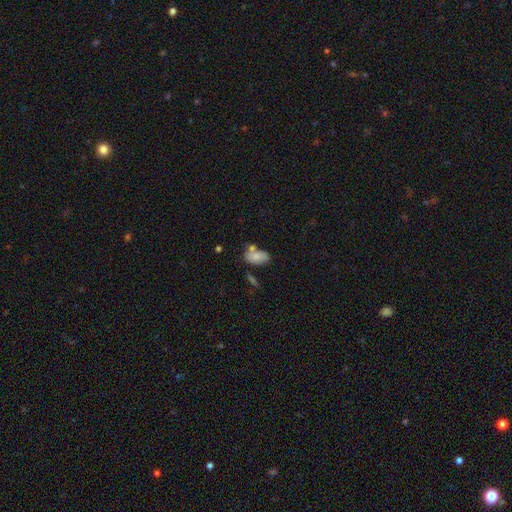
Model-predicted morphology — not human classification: A smooth galaxy with no disk features (77%) that is in between round and cigar-shaped (92%).

Vote fractions:
- Smooth or featured? smooth: 77% / featured or disk: 15% / star or artifact: 8%
- How rounded? in between: 92% / round: 6% / cigar-shaped: 2%
- Merging? none: 50% / merger: 25% / minor disturbance: 19% / major disturbance: 6%